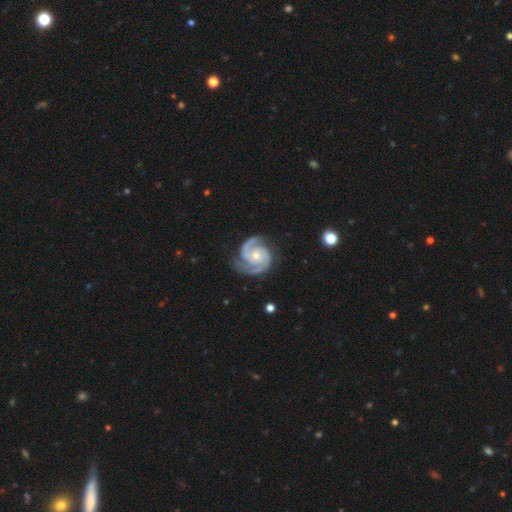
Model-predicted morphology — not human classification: Smooth or featured?
  - featured or disk: 93% *
  - star or artifact: 4%
  - smooth: 3%
Edge-on disk?
  - no: 98% *
  - yes: 2%
Bar?
  - no: 68% *
  - weak: 25%
  - strong: 7%
Spiral arms?
  - yes: 99% *
  - no: 1%
Spiral winding?
  - tight: 53% *
  - medium: 42%
  - loose: 5%
Spiral arm count?
  - 2: 77% *
  - 3: 16%
  - can't tell: 2%
  - 4: 2%
  - 1: 2%
  - more than 4: 2%
Bulge size?
  - small: 52% *
  - moderate: 44%
  - none: 2%
  - large: 2%
  - dominant: 1%
Merging?
  - none: 77% *
  - minor disturbance: 16%
  - major disturbance: 5%
  - merger: 1%